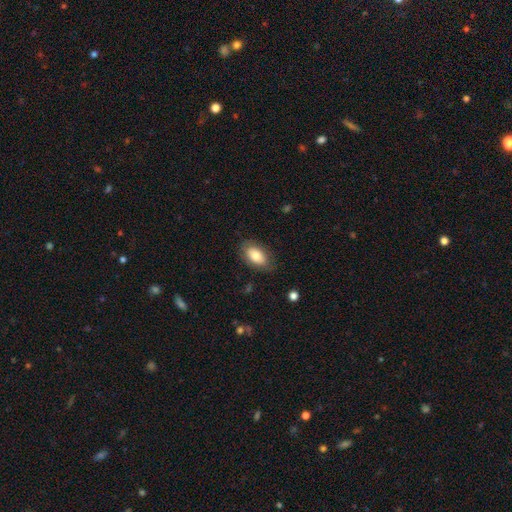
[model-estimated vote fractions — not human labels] The model was most divided on "merging": none: 78%, minor disturbance: 17%, major disturbance: 4%, merger: 1%. More confident: how rounded — in between (92%); smooth or featured — smooth (79%).